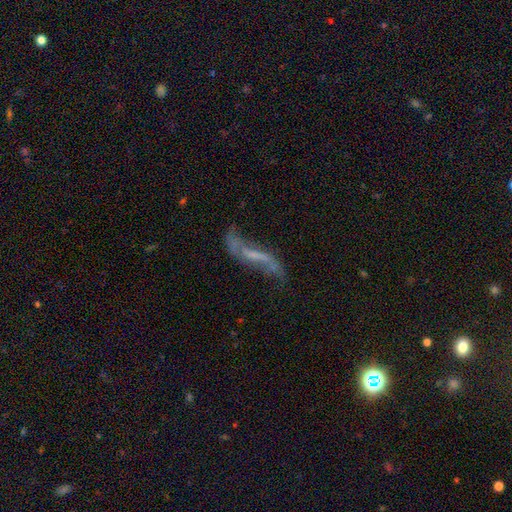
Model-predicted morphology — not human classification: This is likely a featured or disk galaxy (75%). It is clearly not viewed edge-on (83%). Bar: marginally strong (41%). Spiral arm pattern: clearly yes (84%). Spiral arm count: clearly 2 (86%). Spiral winding: clearly loose (85%). Central bulge: possibly none (51%). Merging: possibly none (51%).